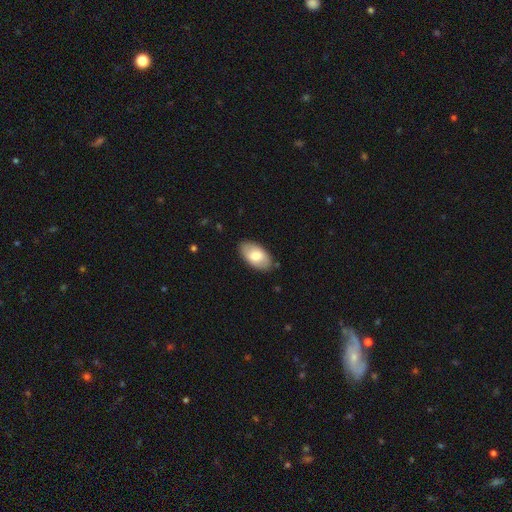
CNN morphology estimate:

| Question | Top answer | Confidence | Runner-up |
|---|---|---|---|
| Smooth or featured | smooth | 73% | featured or disk (21%) |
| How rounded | in between | 95% | round (4%) |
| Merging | none | 85% | minor disturbance (12%) |